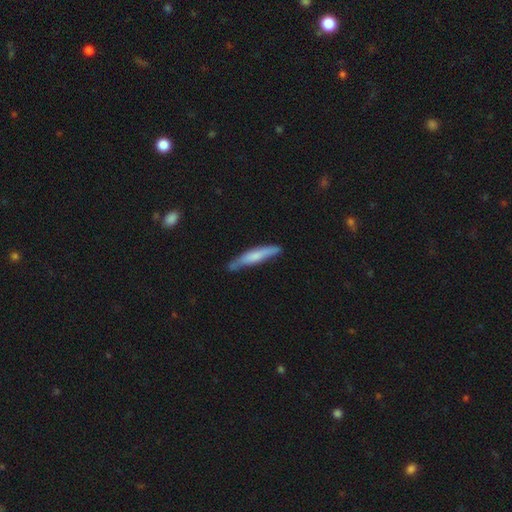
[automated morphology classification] Smooth or featured: smooth — 61% (featured or disk — 34%)
How rounded: cigar-shaped — 92% (in between — 7%)
Merging: none — 72% (minor disturbance — 22%)